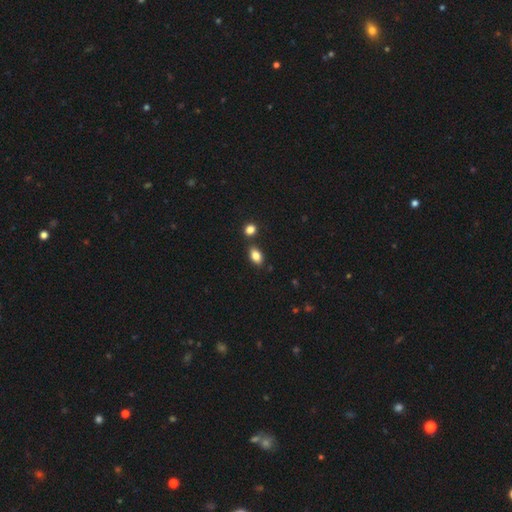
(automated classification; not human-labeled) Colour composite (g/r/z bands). It shows a smooth galaxy with no disk features (83%) that is in between round and cigar-shaped (89%). Merging: none (77%).